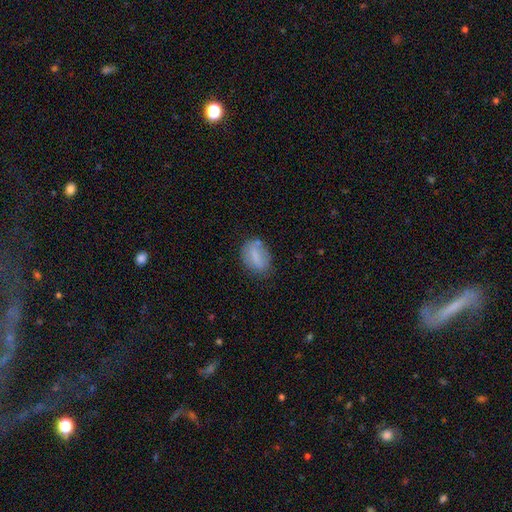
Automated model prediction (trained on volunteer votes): This is likely a smooth galaxy (73%). How rounded: clearly in between (82%). Merging: likely none (66%).